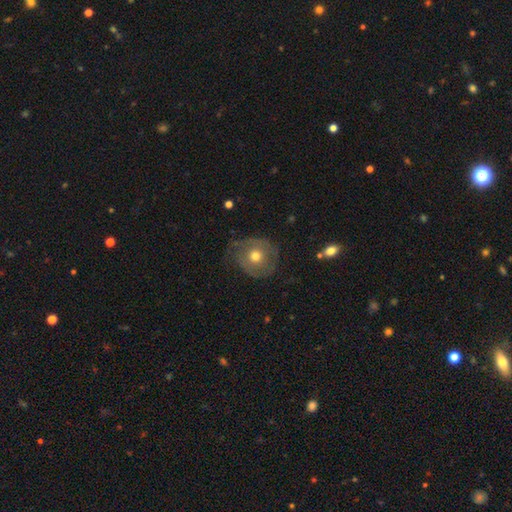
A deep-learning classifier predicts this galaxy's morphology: Q: Smooth or featured?
A: featured or disk (51%); runner-up: smooth (42%)
Q: Edge-on disk?
A: no (95%); runner-up: yes (5%)
Q: Merging?
A: none (61%); runner-up: minor disturbance (24%)